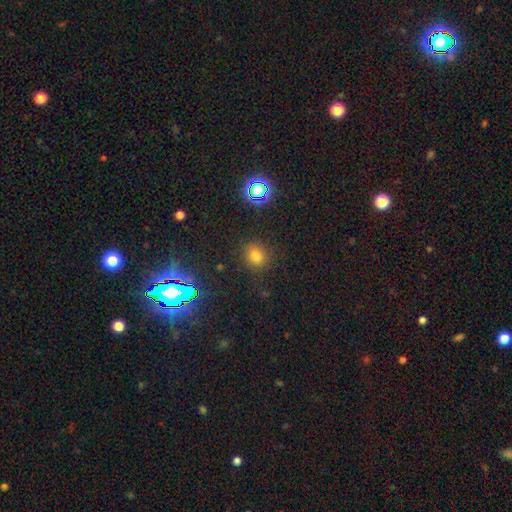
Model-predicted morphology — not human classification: Smooth or featured? smooth (72%)
How rounded? round (79%)
Merging? none (87%)